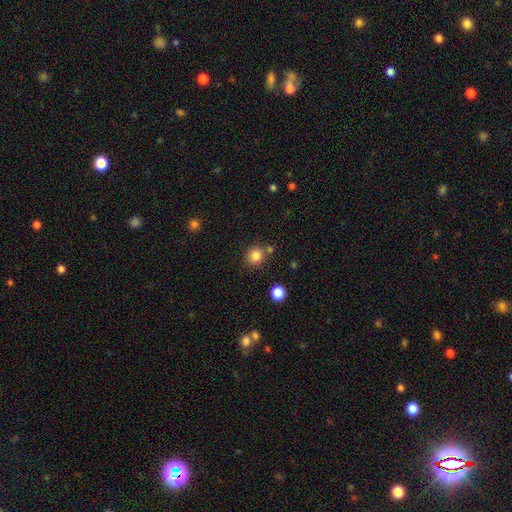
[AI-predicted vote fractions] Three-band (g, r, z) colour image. It shows a smooth galaxy with no disk features (84%) that is round (85%). Merging: none (77%).